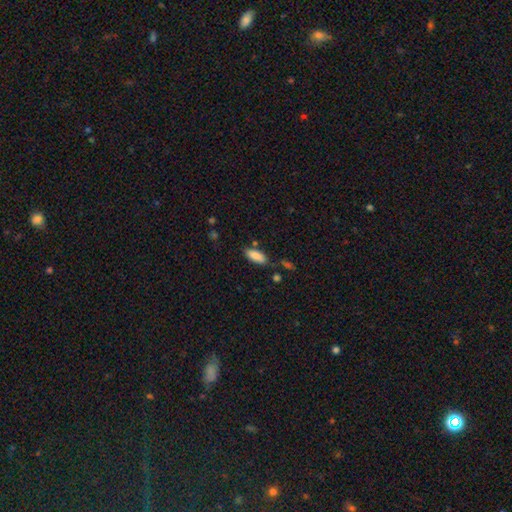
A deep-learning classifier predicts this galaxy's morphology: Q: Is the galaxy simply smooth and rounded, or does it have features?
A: smooth — 87%.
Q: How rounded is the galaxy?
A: in between — 79%.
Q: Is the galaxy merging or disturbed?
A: none — 75%.